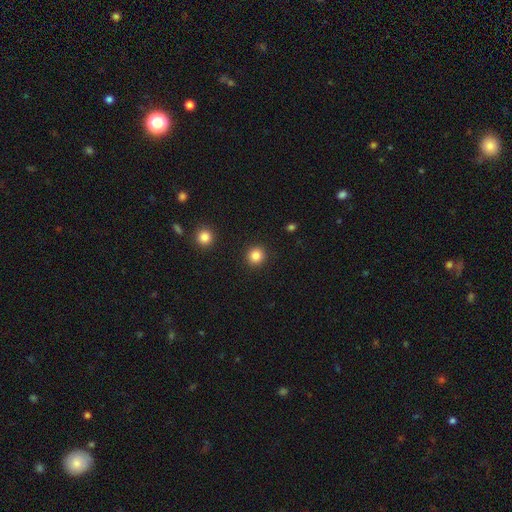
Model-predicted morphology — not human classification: type=smooth (85%); roundness=round (92%); merging=none (92%).